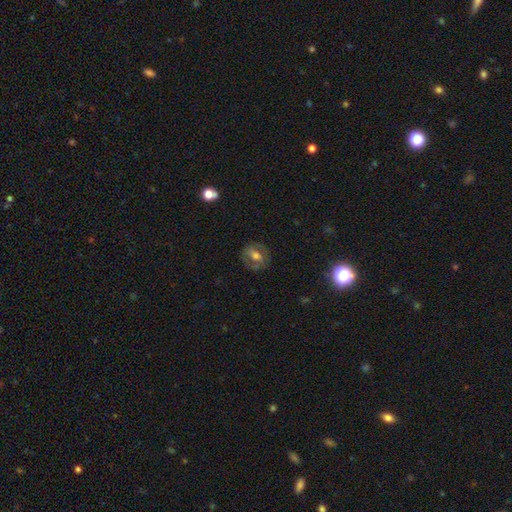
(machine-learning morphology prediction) A smooth galaxy with no disk features (47%).

Vote fractions:
- Smooth or featured? smooth: 47% / featured or disk: 43% / star or artifact: 10%
- Merging? none: 77% / minor disturbance: 15% / major disturbance: 7% / merger: 2%